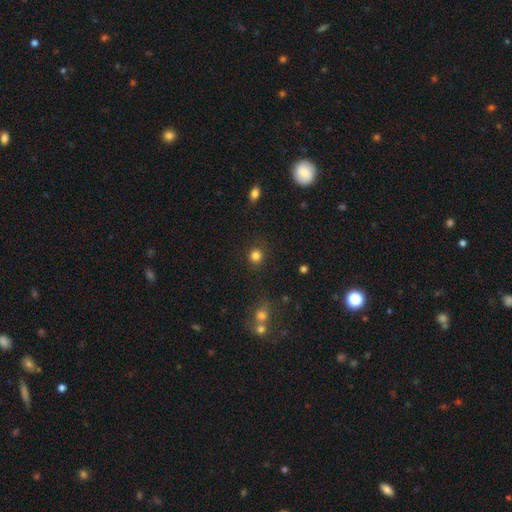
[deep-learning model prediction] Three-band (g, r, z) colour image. It shows a smooth galaxy with no disk features (83%) that is round (91%). Merging: none (88%).